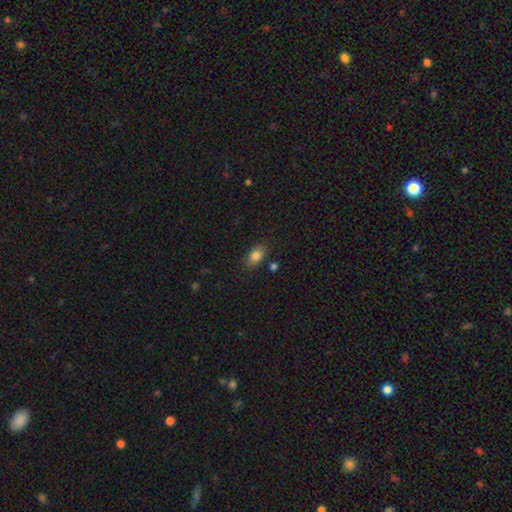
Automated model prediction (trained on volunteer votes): Smooth or featured? Predicted: smooth (p=0.83). How rounded? Predicted: in between (p=0.86). Merging? Predicted: none (p=0.81).